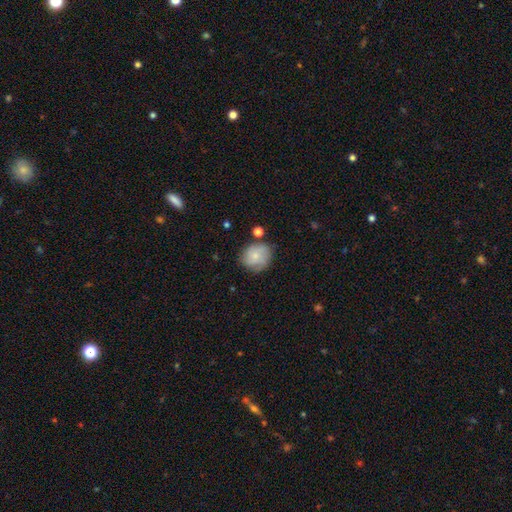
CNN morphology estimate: Smooth or featured? smooth (68%)
How rounded? round (74%)
Merging? none (66%)